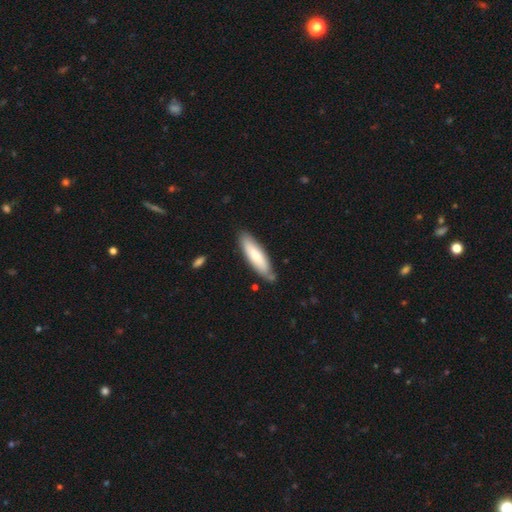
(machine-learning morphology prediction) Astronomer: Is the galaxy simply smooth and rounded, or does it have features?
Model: smooth — 76%.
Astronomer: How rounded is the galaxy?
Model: cigar-shaped — 64%.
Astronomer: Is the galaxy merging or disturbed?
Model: none — 78%.